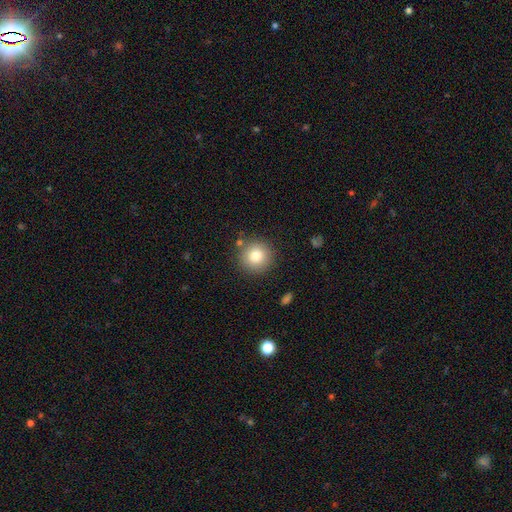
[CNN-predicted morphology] Smooth or featured?
  - smooth: 81% *
  - star or artifact: 10%
  - featured or disk: 9%
How rounded?
  - round: 94% *
  - in between: 5%
  - cigar-shaped: 1%
Merging?
  - none: 86% *
  - minor disturbance: 8%
  - merger: 3%
  - major disturbance: 3%